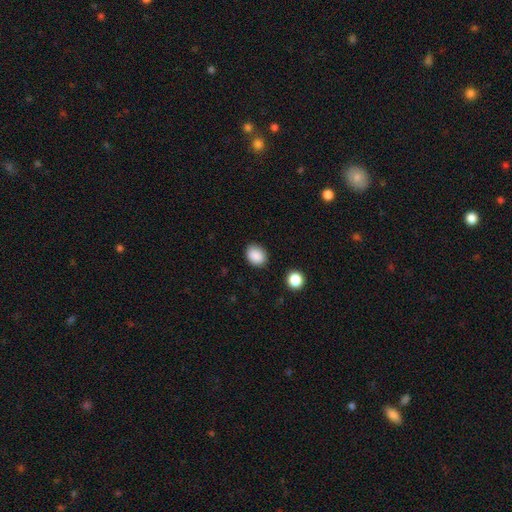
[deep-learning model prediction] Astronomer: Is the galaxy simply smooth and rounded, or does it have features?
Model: smooth — 88%.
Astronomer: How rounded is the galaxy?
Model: in between — 59% (runner-up: round, 40%).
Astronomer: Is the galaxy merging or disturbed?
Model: none — 85%.